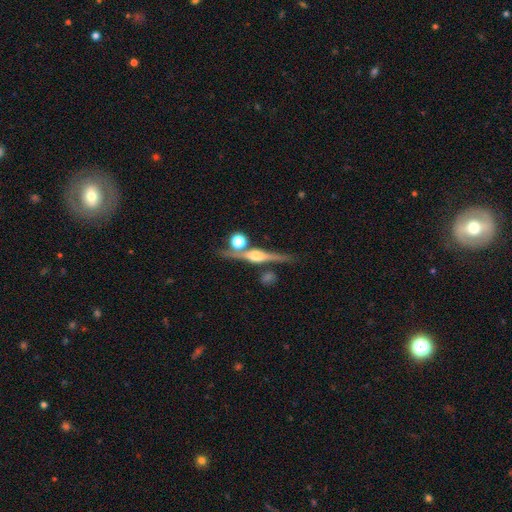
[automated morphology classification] type=featured or disk (82%); edge-on=yes (97%); edge-on bulge=rounded (90%); merging=none (78%).